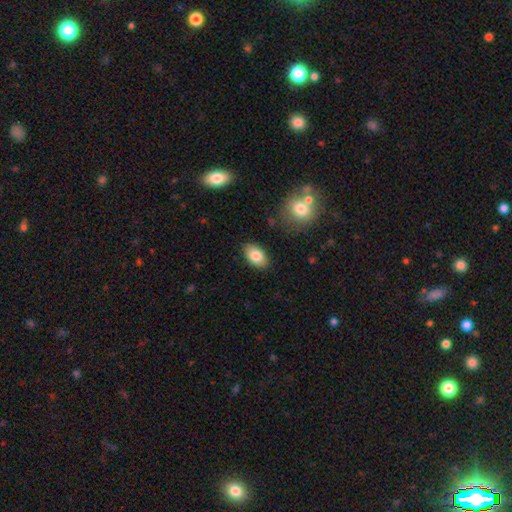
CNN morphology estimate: smooth 83%, featured or disk 10%, star or artifact 7%. Down the decision tree: how rounded — in between (91%); merging — none (86%).